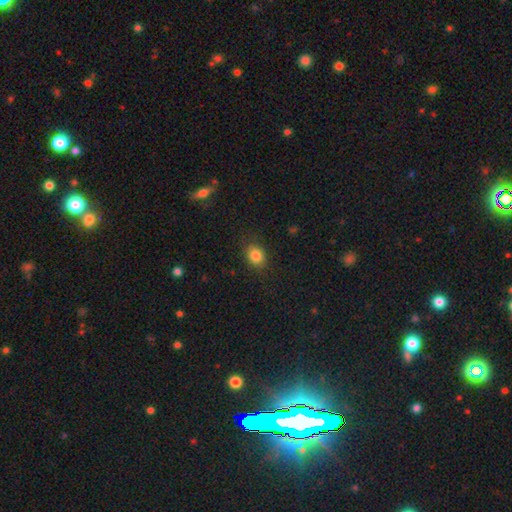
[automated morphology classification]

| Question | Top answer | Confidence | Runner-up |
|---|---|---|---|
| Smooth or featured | smooth | 83% | star or artifact (10%) |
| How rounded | round | 52% | in between (47%) |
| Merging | none | 85% | minor disturbance (11%) |